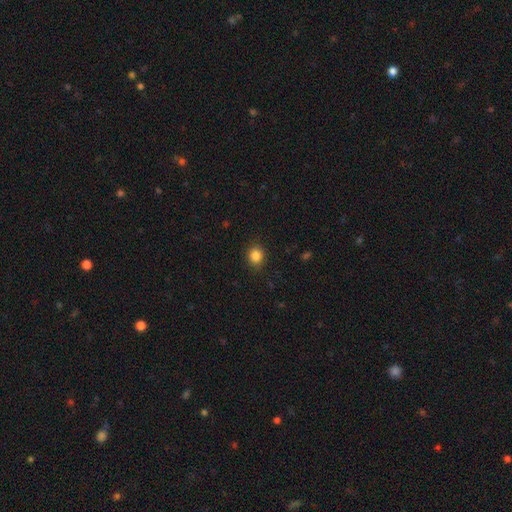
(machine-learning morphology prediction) type=smooth (85%); roundness=round (74%); merging=none (89%).